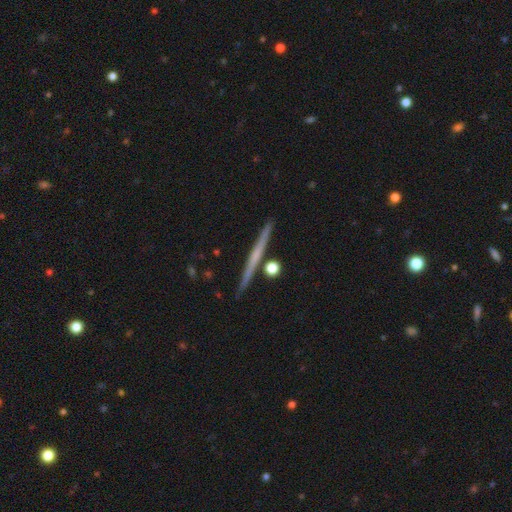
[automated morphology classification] smooth_or_featured: featured or disk (p=0.60) [alt: smooth p=0.34]
disk_edge_on: yes (p=0.98) [alt: no p=0.02]
edge_on_bulge: none (p=0.76) [alt: rounded p=0.19]
merging: none (p=0.89) [alt: minor disturbance p=0.06]